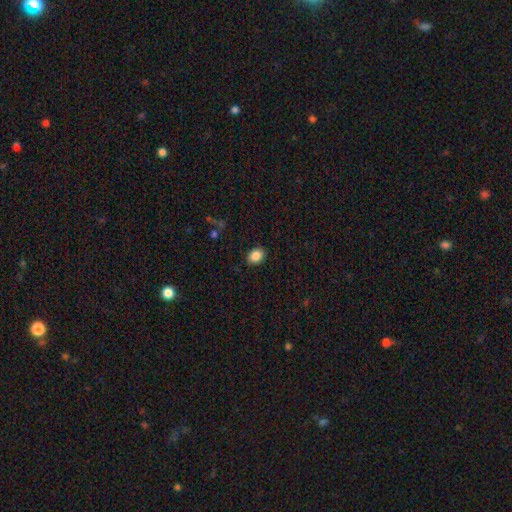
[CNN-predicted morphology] smooth_or_featured: smooth (p=0.86) [alt: star or artifact p=0.09]
how_rounded: in between (p=0.50) [alt: round p=0.49]
merging: none (p=0.87) [alt: minor disturbance p=0.10]